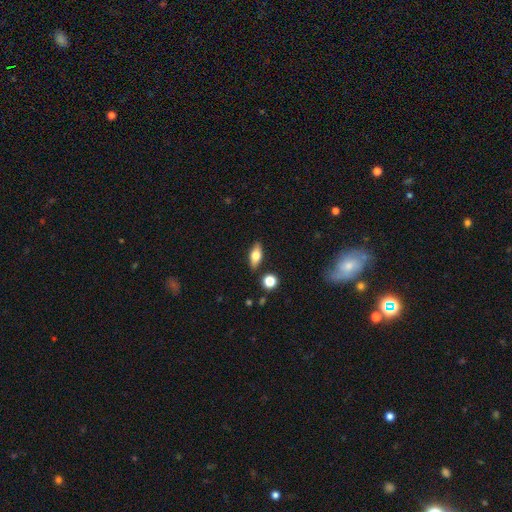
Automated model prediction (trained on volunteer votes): Q: Smooth or featured?
A: smooth (63%); runner-up: featured or disk (29%)
Q: How rounded?
A: in between (78%); runner-up: cigar-shaped (17%)
Q: Merging?
A: none (85%); runner-up: minor disturbance (9%)